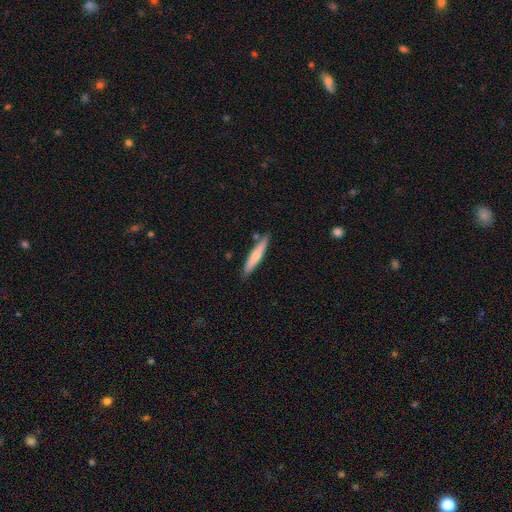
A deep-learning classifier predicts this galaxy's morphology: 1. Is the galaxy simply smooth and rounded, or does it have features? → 66% smooth, 29% featured or disk, 5% star or artifact.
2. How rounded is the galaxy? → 91% cigar-shaped, 8% in between, 1% round.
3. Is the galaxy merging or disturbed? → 81% none, 12% minor disturbance, 4% merger, 2% major disturbance.